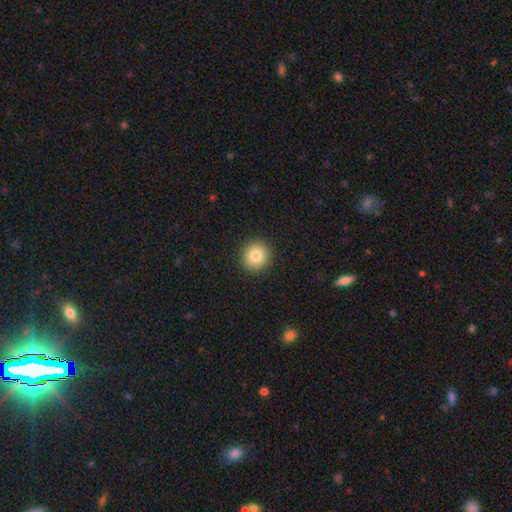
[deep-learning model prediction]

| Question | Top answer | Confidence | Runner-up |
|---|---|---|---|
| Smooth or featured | smooth | 82% | star or artifact (10%) |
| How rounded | round | 94% | in between (5%) |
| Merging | none | 92% | minor disturbance (5%) |